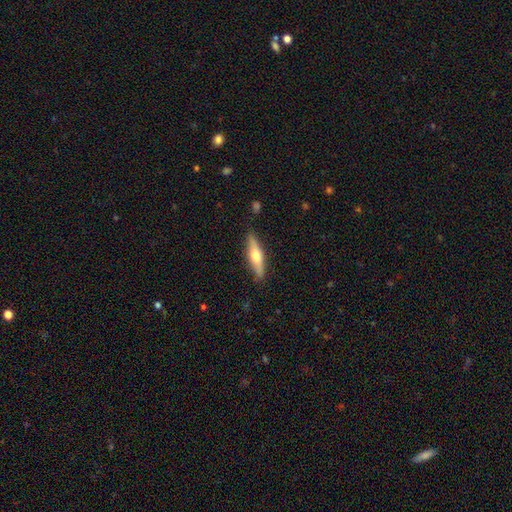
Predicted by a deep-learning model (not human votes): A smooth galaxy with no disk features (48%).

Vote fractions:
- Smooth or featured? smooth: 48% / featured or disk: 46% / star or artifact: 6%
- Merging? none: 85% / minor disturbance: 11% / major disturbance: 2% / merger: 1%